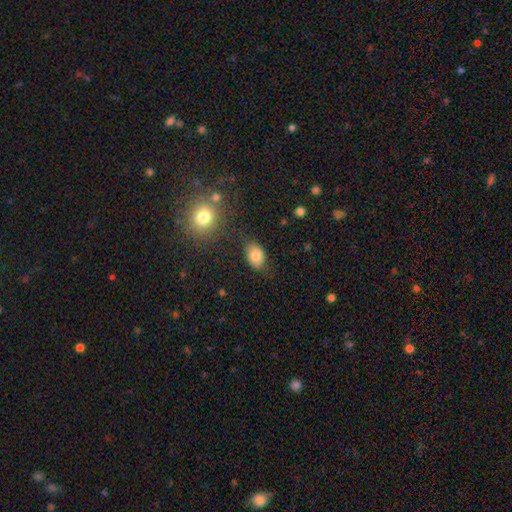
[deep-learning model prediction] Smooth or featured?
  - smooth: 82% *
  - star or artifact: 9%
  - featured or disk: 9%
How rounded?
  - in between: 82% *
  - round: 17%
  - cigar-shaped: 1%
Merging?
  - none: 77% *
  - minor disturbance: 16%
  - major disturbance: 4%
  - merger: 3%